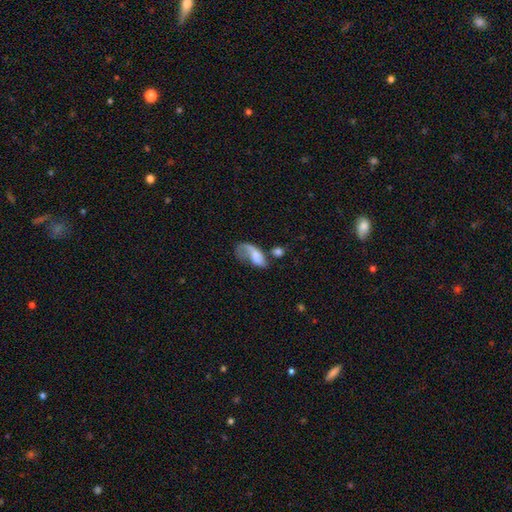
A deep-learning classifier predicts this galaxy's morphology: Smooth or featured: smooth — 51% (featured or disk — 40%)
How rounded: in between — 87% (cigar-shaped — 7%)
Merging: major disturbance — 45% (none — 20%)